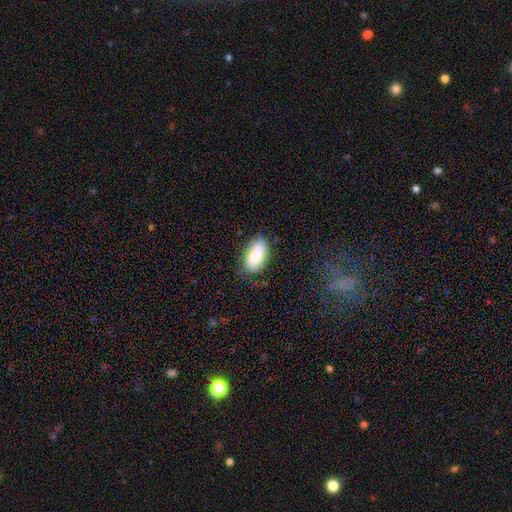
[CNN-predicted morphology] The model was most divided on "merging": none: 72%, minor disturbance: 21%, major disturbance: 5%, merger: 2%. More confident: how rounded — in between (93%); smooth or featured — smooth (75%).